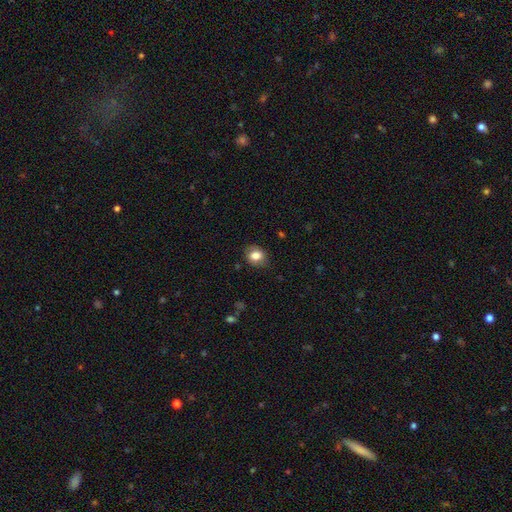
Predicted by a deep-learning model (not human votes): The model was most divided on "how rounded": round: 51%, in between: 48%, cigar-shaped: 1%. More confident: smooth or featured — smooth (82%); merging — none (81%).